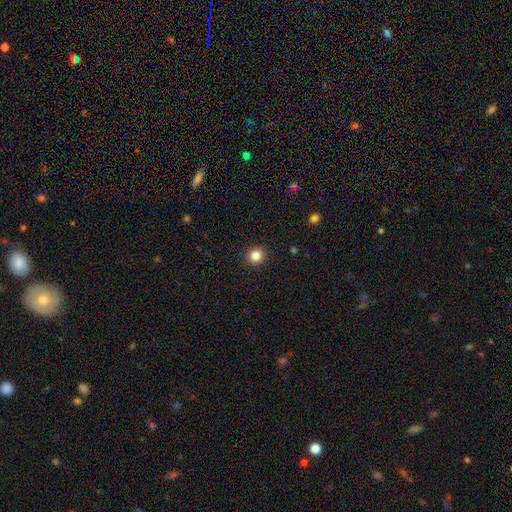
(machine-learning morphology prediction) Smooth or featured: smooth — 85% (star or artifact — 11%)
How rounded: round — 91% (in between — 8%)
Merging: none — 92% (minor disturbance — 6%)